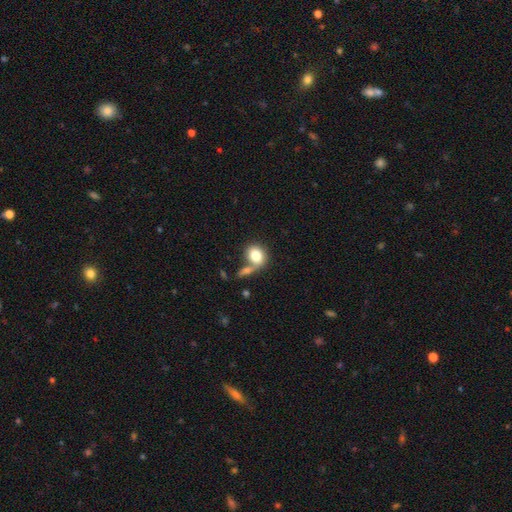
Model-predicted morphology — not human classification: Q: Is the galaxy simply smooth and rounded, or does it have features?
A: smooth — 79%.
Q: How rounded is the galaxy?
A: in between — 50%.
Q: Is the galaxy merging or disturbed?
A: none — 40%.